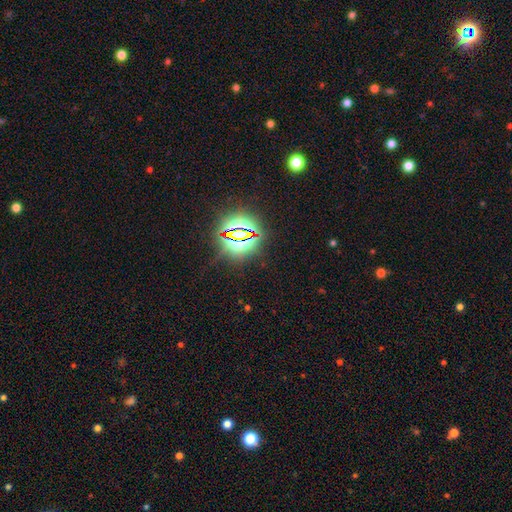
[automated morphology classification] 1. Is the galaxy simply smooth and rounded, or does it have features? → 82% star or artifact, 10% smooth, 7% featured or disk.